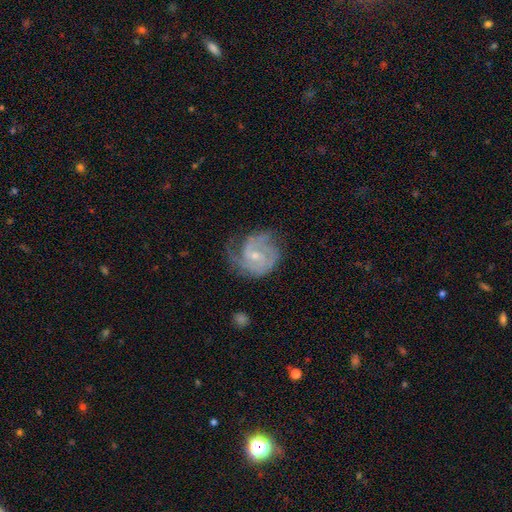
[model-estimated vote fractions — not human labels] featured or disk 86%, smooth 9%, star or artifact 5%. Down the decision tree: edge-on disk — no (98%); bar — no (57%); spiral arms — yes (96%); spiral arm count — 2 (40%); spiral winding — tight (52%); bulge size — small (67%); merging — none (60%).